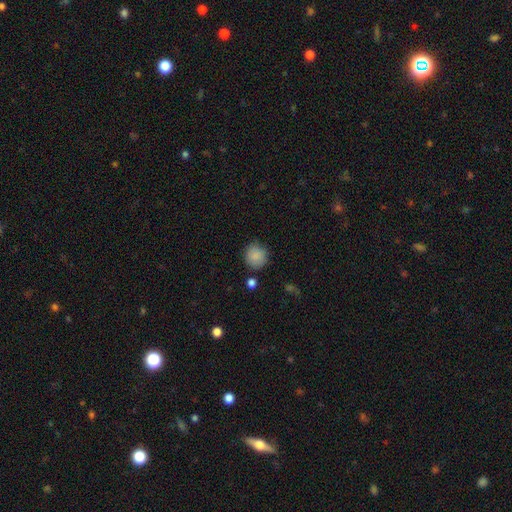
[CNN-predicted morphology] smooth-or-featured: smooth: 87% | star or artifact: 8% | featured or disk: 5%
  how-rounded: round: 88% | in between: 11% | cigar-shaped: 1%
  merging: none: 80% | minor disturbance: 14% | merger: 4% | major disturbance: 3%